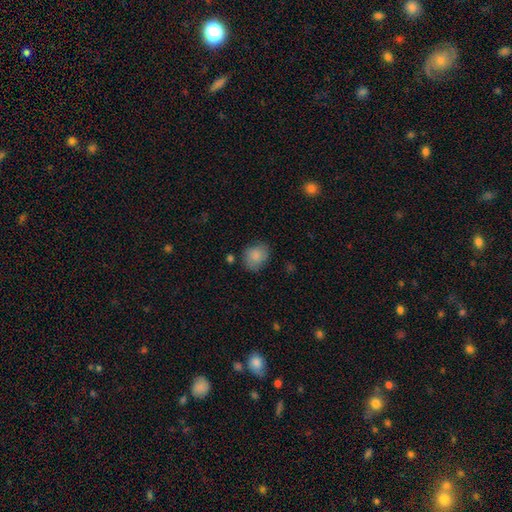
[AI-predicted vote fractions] smooth 86%, star or artifact 8%, featured or disk 6%. Down the decision tree: how rounded — round (57%); merging — none (73%).